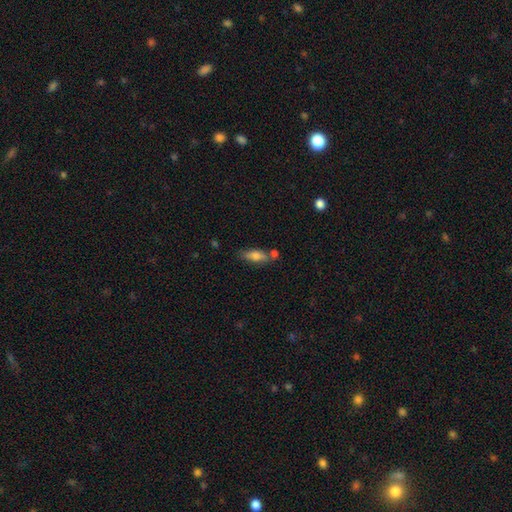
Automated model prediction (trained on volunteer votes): Morphology: type=smooth (71%); roundness=in between (63%); merging=none (58%).